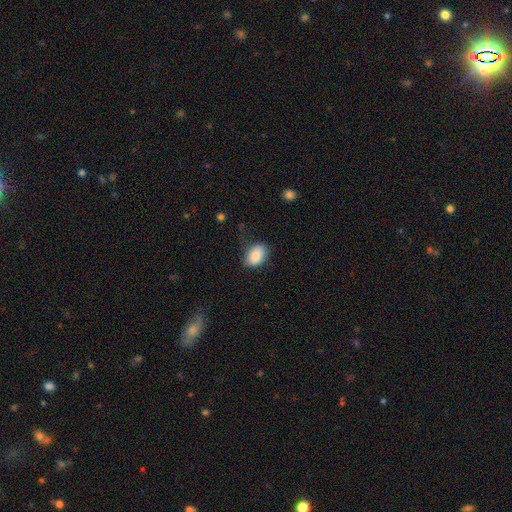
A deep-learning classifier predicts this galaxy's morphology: type=smooth (88%); roundness=in between (87%); merging=none (69%).